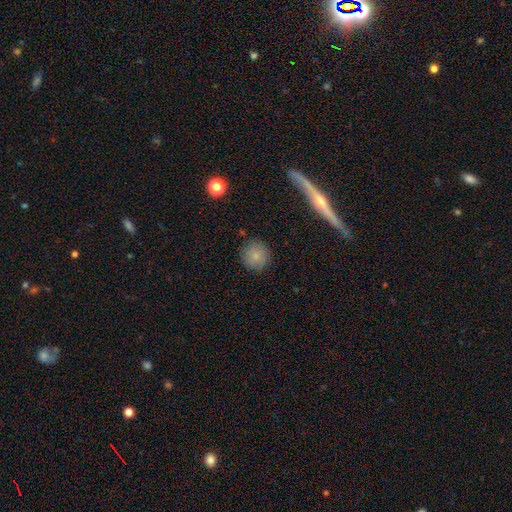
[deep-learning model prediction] Overall: smooth (82%). How rounded: round (92%). Merging: none (85%).